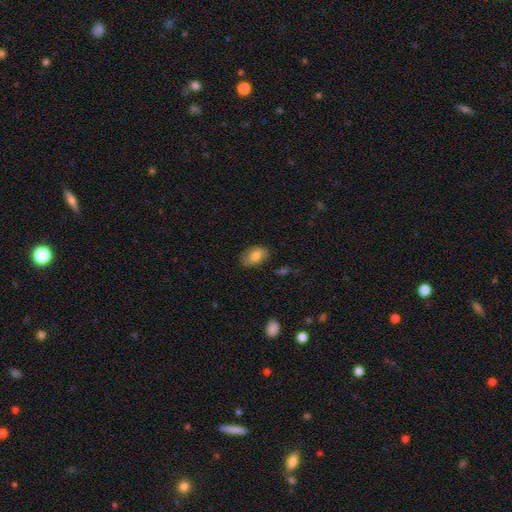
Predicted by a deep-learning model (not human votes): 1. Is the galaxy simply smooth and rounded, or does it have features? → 77% smooth, 16% featured or disk, 7% star or artifact.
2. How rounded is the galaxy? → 90% in between, 9% round, 2% cigar-shaped.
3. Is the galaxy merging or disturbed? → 78% none, 16% minor disturbance, 4% major disturbance, 2% merger.